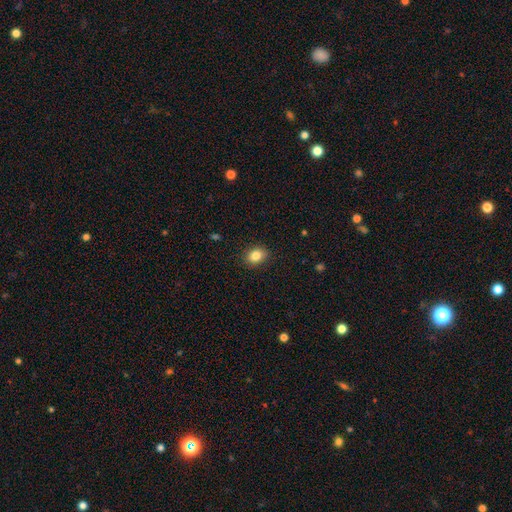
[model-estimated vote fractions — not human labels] A smooth galaxy with no disk features (84%) that is in between round and cigar-shaped (56%). Merging: none (89%).